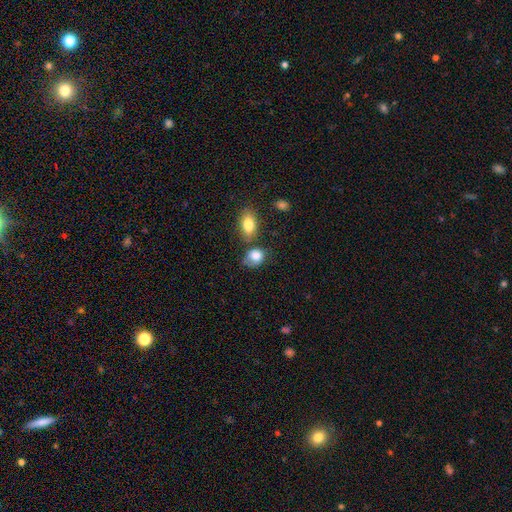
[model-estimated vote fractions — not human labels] Smooth or featured?
  - smooth: 83% *
  - featured or disk: 10%
  - star or artifact: 8%
How rounded?
  - in between: 55% *
  - round: 43%
  - cigar-shaped: 1%
Merging?
  - none: 45% *
  - minor disturbance: 26%
  - merger: 19%
  - major disturbance: 10%